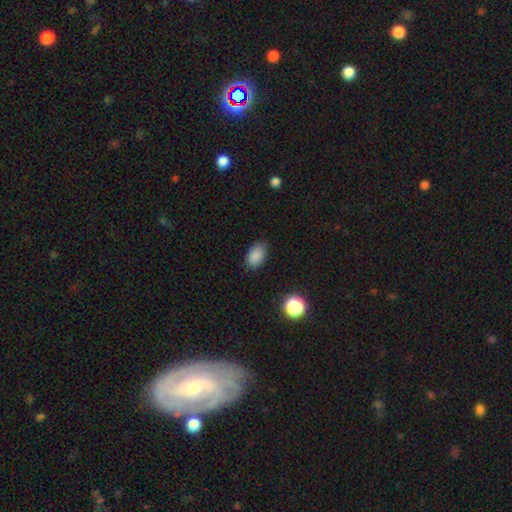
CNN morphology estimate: Q: Smooth or featured?
A: smooth (86%); runner-up: star or artifact (10%)
Q: How rounded?
A: in between (86%); runner-up: round (12%)
Q: Merging?
A: none (80%); runner-up: minor disturbance (16%)